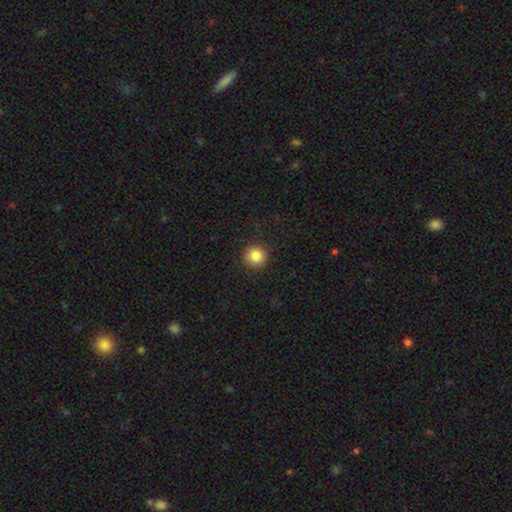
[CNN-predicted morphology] Q: Smooth or featured?
A: smooth (86%); runner-up: star or artifact (10%)
Q: How rounded?
A: round (93%); runner-up: in between (6%)
Q: Merging?
A: none (91%); runner-up: minor disturbance (6%)